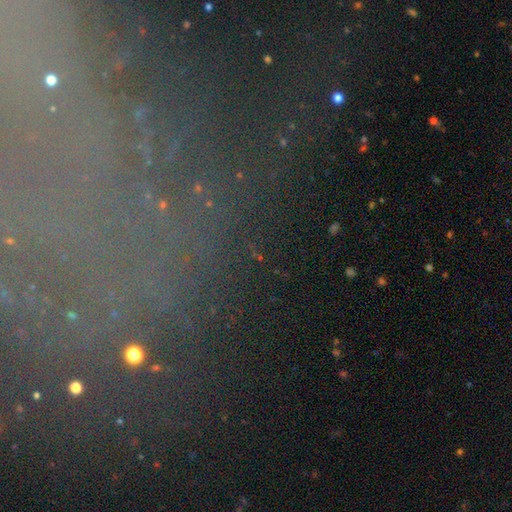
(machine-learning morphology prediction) type=star or artifact (63%).